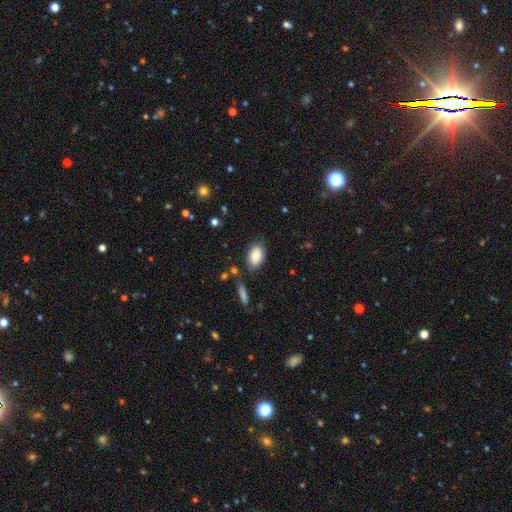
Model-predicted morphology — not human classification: Q: Smooth or featured?
A: smooth (82%); runner-up: featured or disk (11%)
Q: How rounded?
A: in between (90%); runner-up: round (9%)
Q: Merging?
A: none (74%); runner-up: minor disturbance (17%)